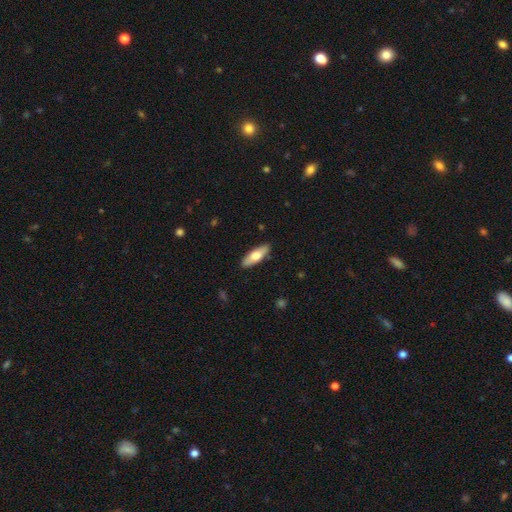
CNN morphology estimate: The model was most divided on "how rounded": in between: 61%, cigar-shaped: 37%, round: 2%. More confident: merging — none (89%); smooth or featured — smooth (66%).